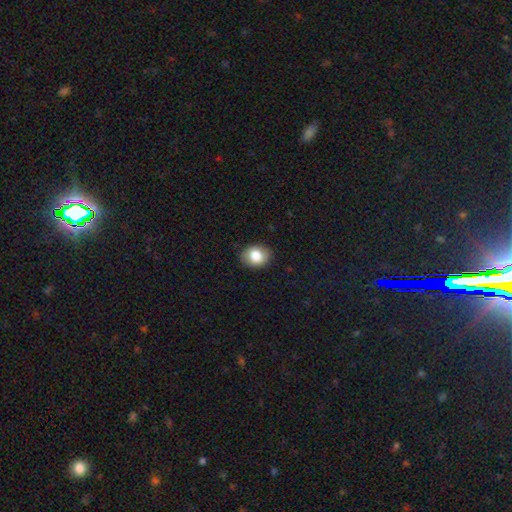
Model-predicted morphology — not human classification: Overall: smooth (80%). How rounded: in between (56%; round 43%). Merging: none (86%).